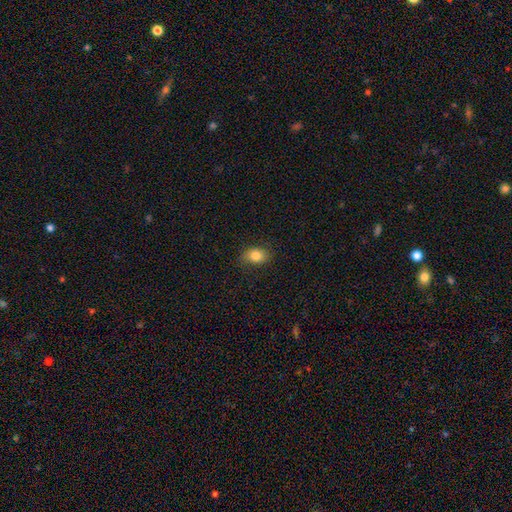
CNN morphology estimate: A smooth galaxy with no disk features (82%) that is in between round and cigar-shaped (77%). Merging: none (80%).